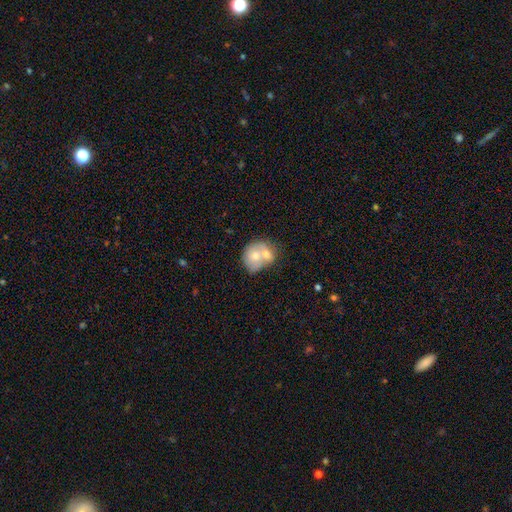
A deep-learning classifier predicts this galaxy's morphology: A smooth galaxy with no disk features (54%) that is round (63%). Merging: merger (66%).